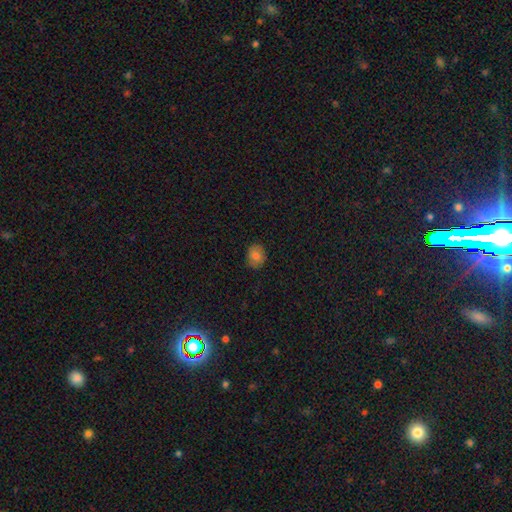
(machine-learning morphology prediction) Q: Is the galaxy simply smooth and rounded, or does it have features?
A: smooth — 82%.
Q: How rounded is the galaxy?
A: round — 59%.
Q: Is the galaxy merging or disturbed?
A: none — 84%.